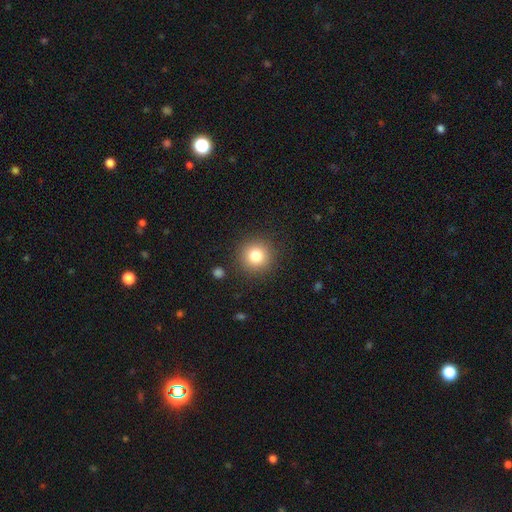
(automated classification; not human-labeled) Smooth or featured? Predicted: smooth (p=0.81). How rounded? Predicted: round (p=0.93). Merging? Predicted: none (p=0.88).